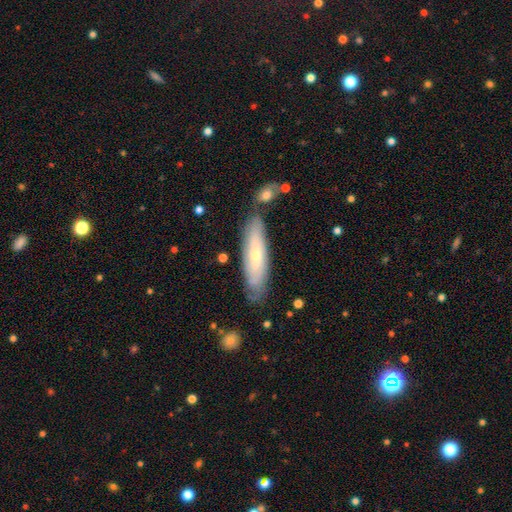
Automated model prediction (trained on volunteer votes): This is possibly a featured or disk galaxy (50%). It is possibly not viewed edge-on (57%). Merging: likely none (76%).